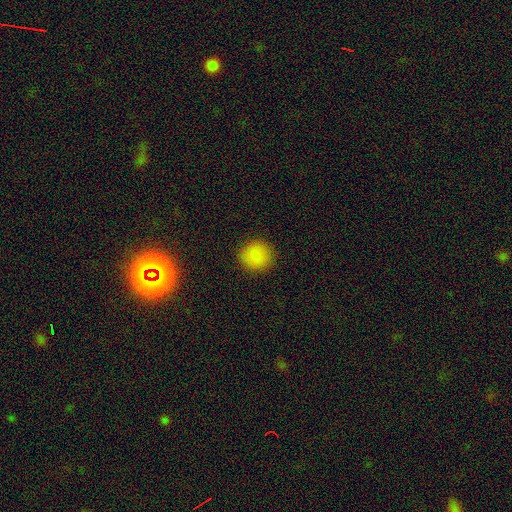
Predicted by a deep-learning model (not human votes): Smooth or featured: smooth — 85% (star or artifact — 10%)
How rounded: round — 91% (in between — 8%)
Merging: none — 90% (minor disturbance — 6%)